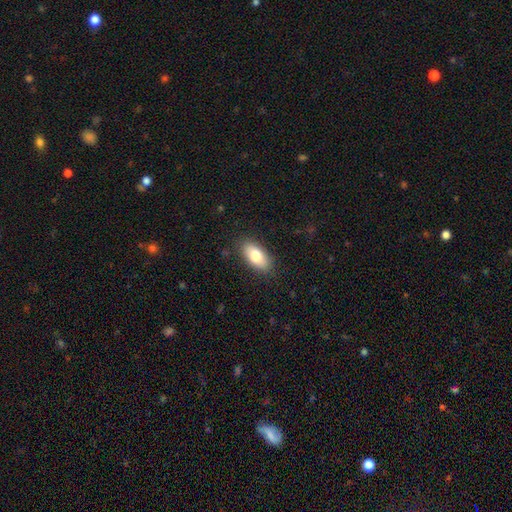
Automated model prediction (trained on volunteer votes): smooth-or-featured: smooth: 80% | featured or disk: 13% | star or artifact: 7%
  how-rounded: in between: 90% | cigar-shaped: 7% | round: 3%
  merging: none: 86% | minor disturbance: 10% | major disturbance: 2% | merger: 1%